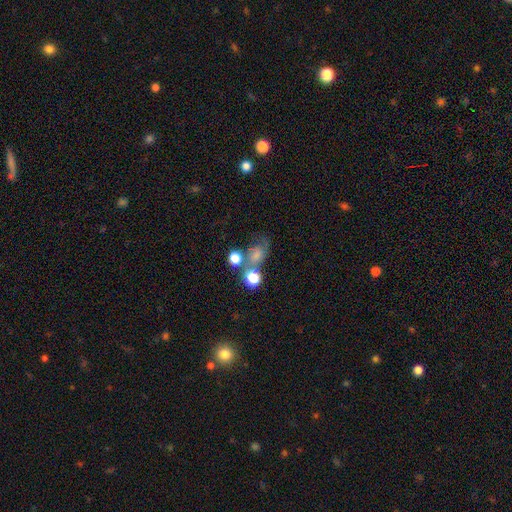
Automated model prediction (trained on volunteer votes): Overall: smooth (60%; featured or disk 23%). How rounded: in between (50%; round 48%). Merging: none (37%; merger 31%).